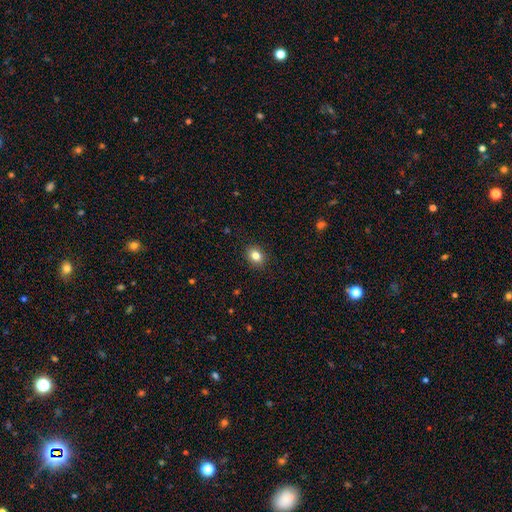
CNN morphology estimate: Smooth or featured?
  - smooth: 83% *
  - star or artifact: 10%
  - featured or disk: 7%
How rounded?
  - in between: 54% *
  - round: 45%
  - cigar-shaped: 1%
Merging?
  - none: 90% *
  - minor disturbance: 8%
  - major disturbance: 2%
  - merger: 1%